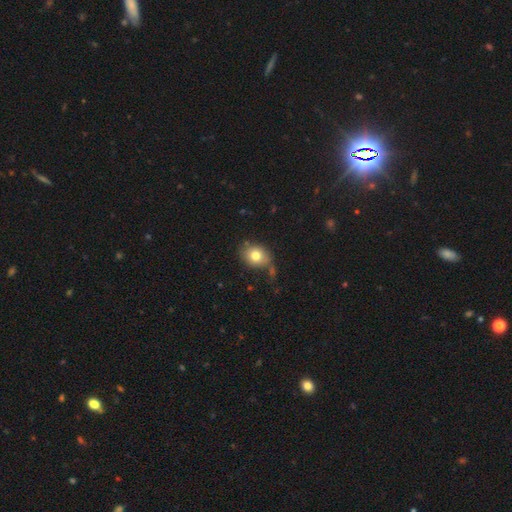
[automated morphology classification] Overall: smooth (78%). How rounded: round (50%; in between 49%). Merging: none (64%).